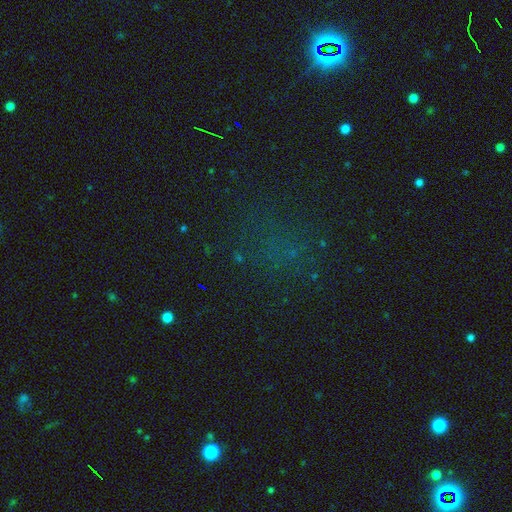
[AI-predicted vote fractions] A star or artifact, not a galaxy (60%).

Vote fractions:
- Smooth or featured? star or artifact: 60% / smooth: 28% / featured or disk: 12%